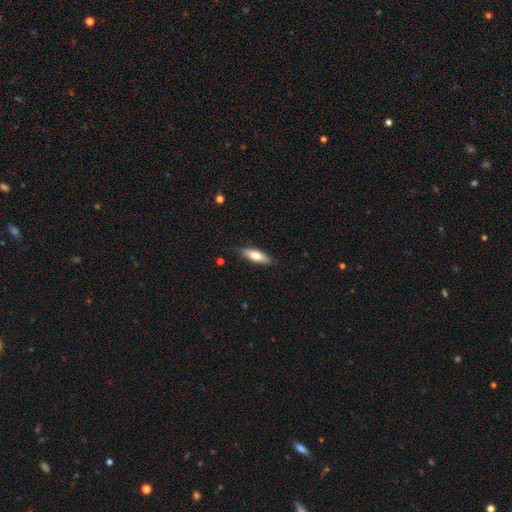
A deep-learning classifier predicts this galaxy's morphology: Smooth or featured?
  - smooth: 68% *
  - featured or disk: 27%
  - star or artifact: 6%
How rounded?
  - cigar-shaped: 53% *
  - in between: 45%
  - round: 2%
Merging?
  - none: 84% *
  - minor disturbance: 12%
  - major disturbance: 2%
  - merger: 1%